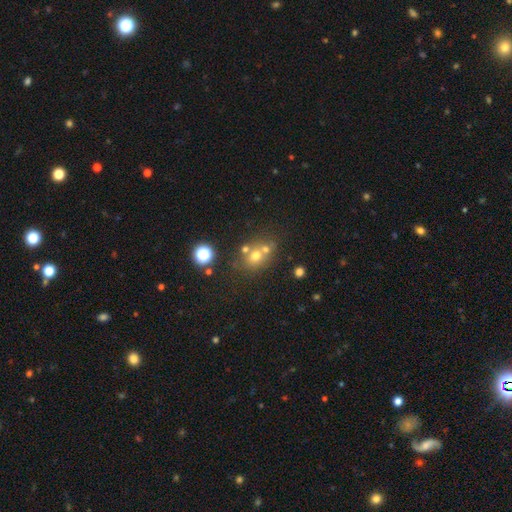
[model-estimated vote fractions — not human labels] This is likely a smooth galaxy (61%). How rounded: likely round (68%). Merging: possibly none (49%).